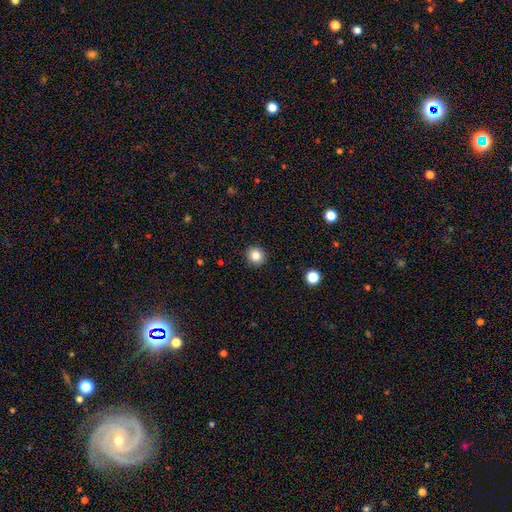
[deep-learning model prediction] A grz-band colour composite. It shows a smooth galaxy with no disk features (84%) that is round (91%). Merging: none (92%).